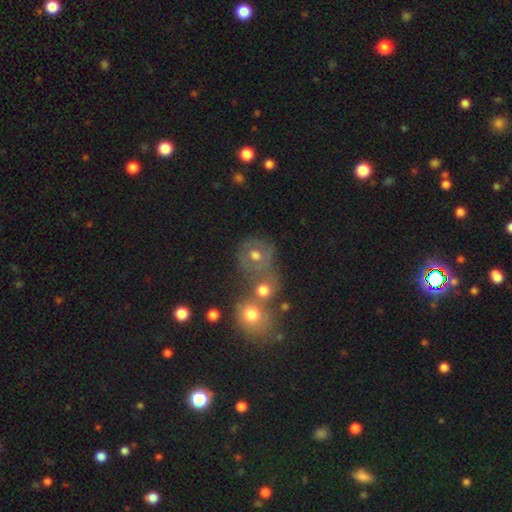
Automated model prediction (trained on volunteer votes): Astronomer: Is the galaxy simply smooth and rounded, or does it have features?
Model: smooth — 55%.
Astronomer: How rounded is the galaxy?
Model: round — 76%.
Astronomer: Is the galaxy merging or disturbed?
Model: merger — 43% (runner-up: none, 36%).